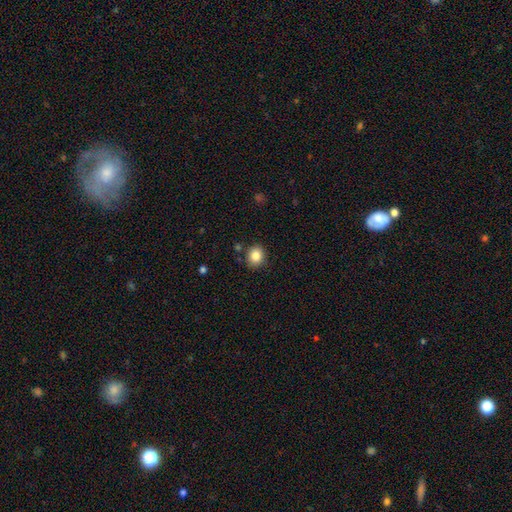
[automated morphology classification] A smooth galaxy with no disk features (84%) that is round (74%). Merging: none (86%).